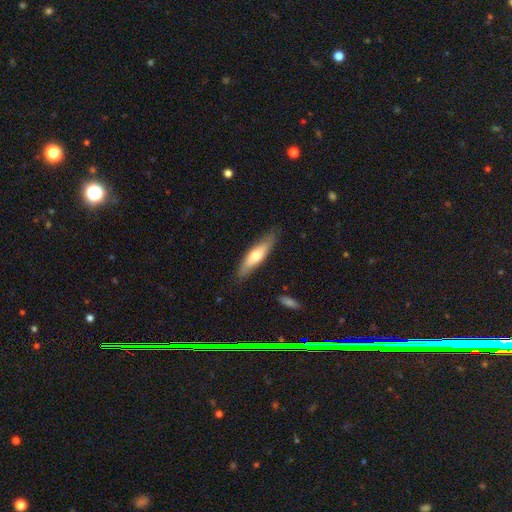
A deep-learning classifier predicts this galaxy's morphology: This appears to be a smooth galaxy with no disk features (57%) that is cigar-shaped (67%). Merging: none (83%).